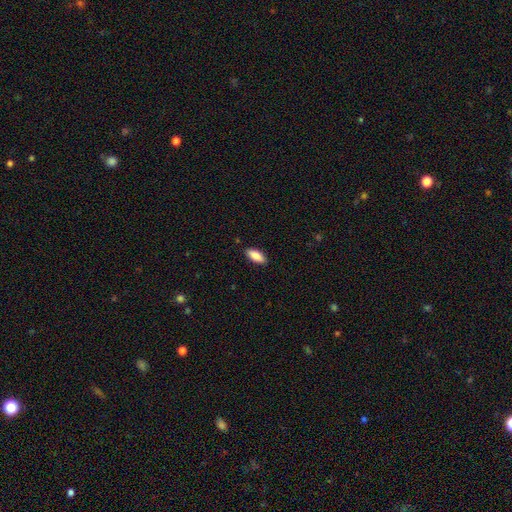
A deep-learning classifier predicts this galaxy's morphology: smooth-or-featured: smooth: 87% | featured or disk: 7% | star or artifact: 6%
  how-rounded: in between: 84% | cigar-shaped: 14% | round: 2%
  merging: none: 89% | minor disturbance: 9% | major disturbance: 2% | merger: 1%